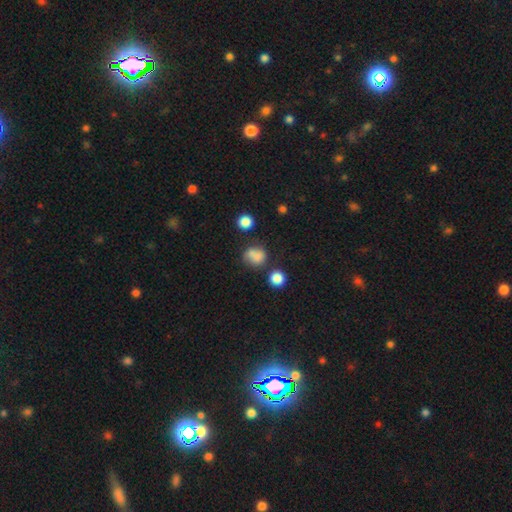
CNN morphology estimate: Q: Smooth or featured?
A: smooth (75%); runner-up: star or artifact (13%)
Q: How rounded?
A: round (70%); runner-up: in between (29%)
Q: Merging?
A: none (50%); runner-up: minor disturbance (23%)